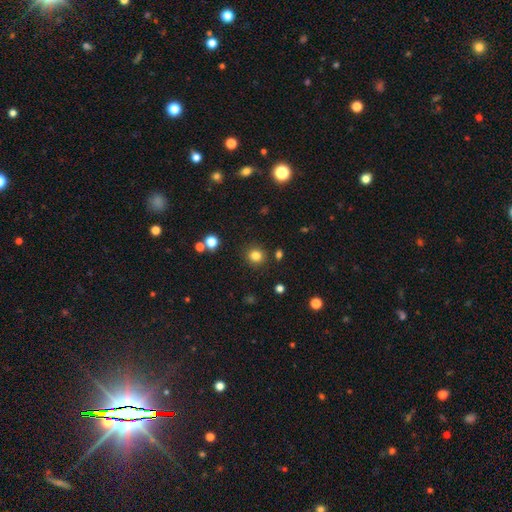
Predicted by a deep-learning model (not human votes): Q: Smooth or featured?
A: smooth (82%); runner-up: star or artifact (13%)
Q: How rounded?
A: round (90%); runner-up: in between (9%)
Q: Merging?
A: none (88%); runner-up: minor disturbance (7%)